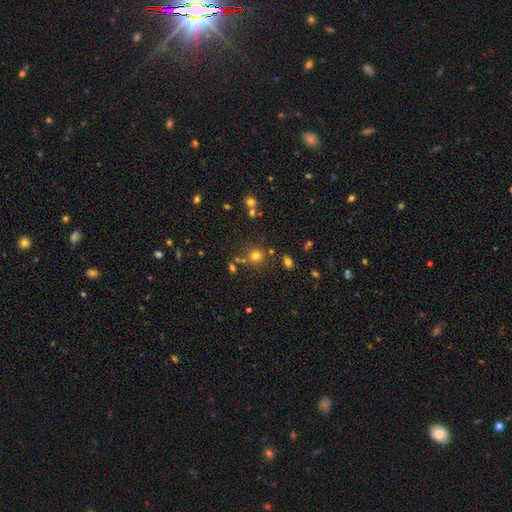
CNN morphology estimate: This is likely a smooth galaxy (72%). How rounded: clearly round (90%). Merging: likely none (76%).